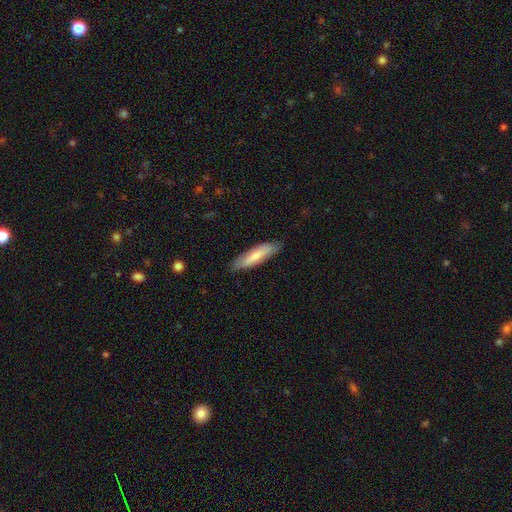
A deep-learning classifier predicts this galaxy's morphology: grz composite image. It shows a smooth galaxy with no disk features (63%) that is cigar-shaped (64%). Merging: none (83%).